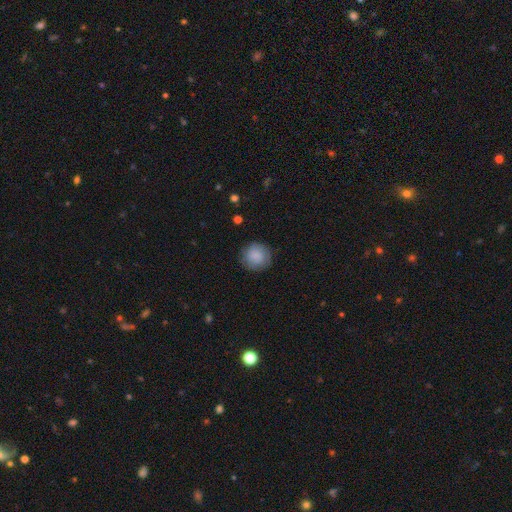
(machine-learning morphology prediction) type=smooth (82%); roundness=round (92%); merging=none (83%).